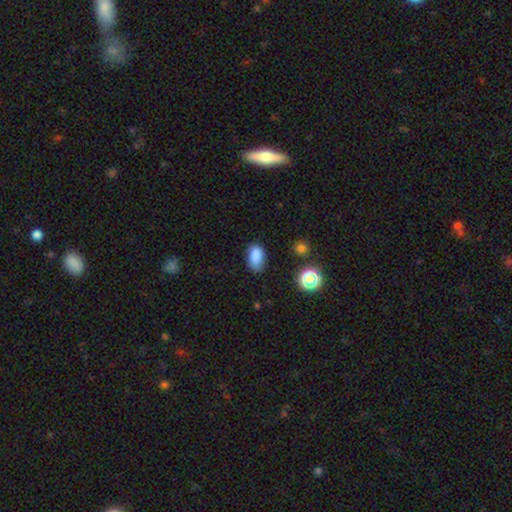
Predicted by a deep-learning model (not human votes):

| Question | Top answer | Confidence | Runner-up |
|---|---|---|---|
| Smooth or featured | smooth | 85% | star or artifact (11%) |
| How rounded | in between | 89% | round (9%) |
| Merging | none | 74% | minor disturbance (20%) |